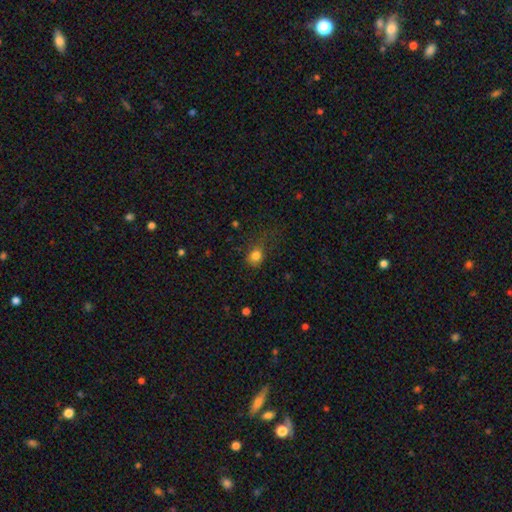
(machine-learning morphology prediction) A smooth galaxy with no disk features (81%) that is round (65%).

Vote fractions:
- Smooth or featured? smooth: 81% / star or artifact: 12% / featured or disk: 6%
- How rounded? round: 65% / in between: 34% / cigar-shaped: 1%
- Merging? none: 59% / minor disturbance: 24% / major disturbance: 15% / merger: 2%